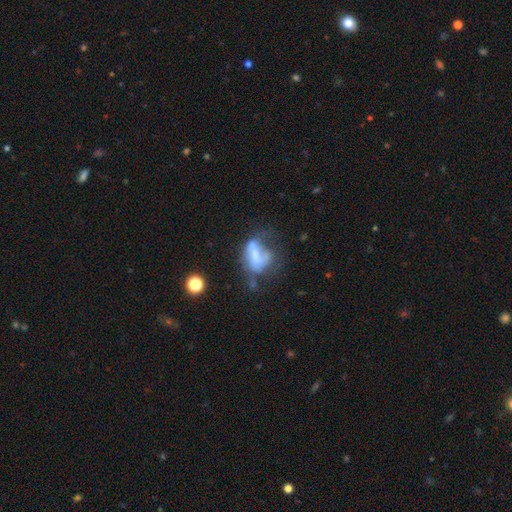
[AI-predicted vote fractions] Morphology: type=featured or disk (49%); merging=major disturbance (37%).